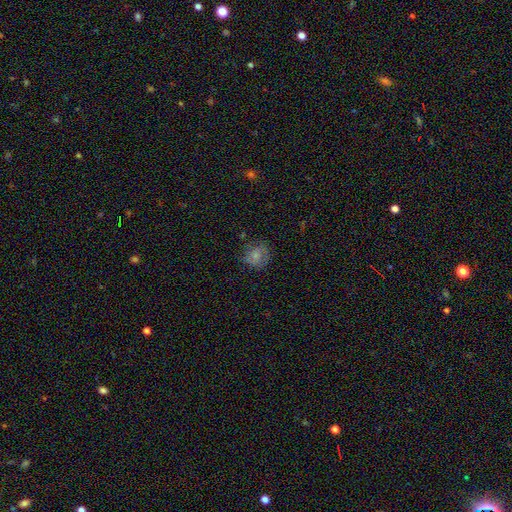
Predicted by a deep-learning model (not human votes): This appears to be a smooth galaxy with no disk features (69%) that is round (77%). Merging: none (65%).